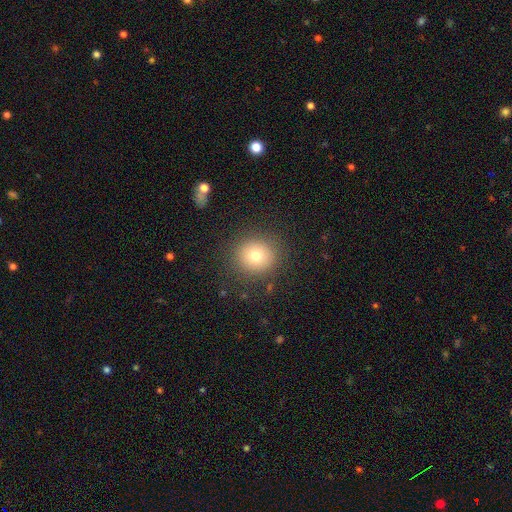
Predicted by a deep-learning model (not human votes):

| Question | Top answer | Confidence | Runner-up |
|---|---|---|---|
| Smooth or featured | smooth | 76% | star or artifact (13%) |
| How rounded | round | 90% | in between (9%) |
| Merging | none | 87% | minor disturbance (8%) |